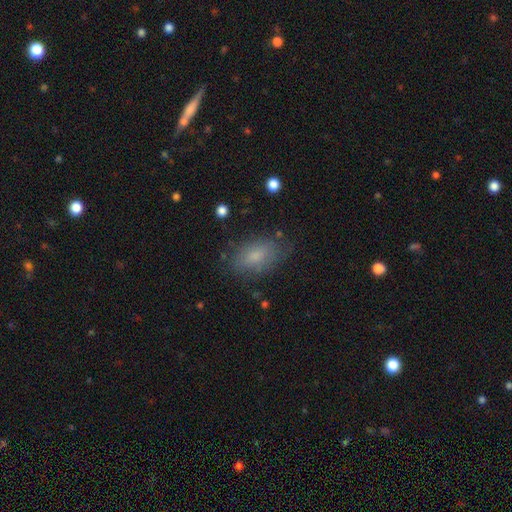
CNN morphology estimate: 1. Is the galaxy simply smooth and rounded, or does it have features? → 76% smooth, 15% featured or disk, 9% star or artifact.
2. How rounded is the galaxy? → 90% in between, 6% cigar-shaped, 5% round.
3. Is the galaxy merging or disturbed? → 75% none, 18% minor disturbance, 6% major disturbance, 2% merger.